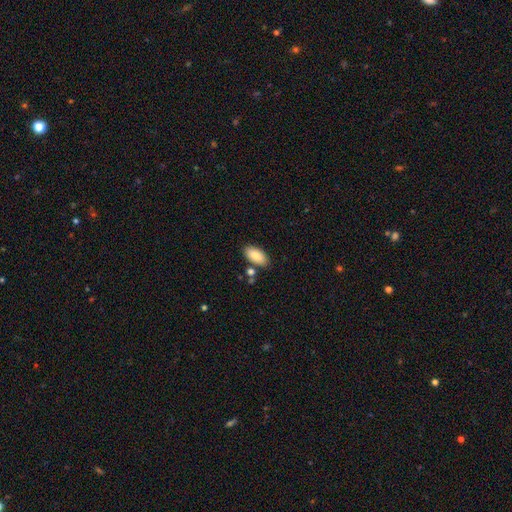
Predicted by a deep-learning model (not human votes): This is clearly a smooth galaxy (85%). How rounded: clearly in between (93%). Merging: clearly none (81%).